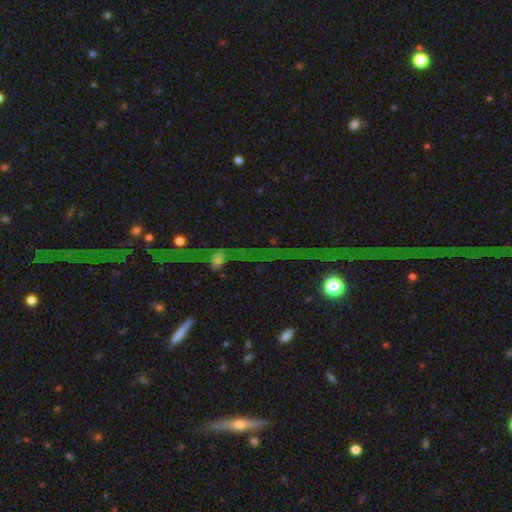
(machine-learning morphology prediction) This appears to be a star or artifact, not a galaxy (64%).